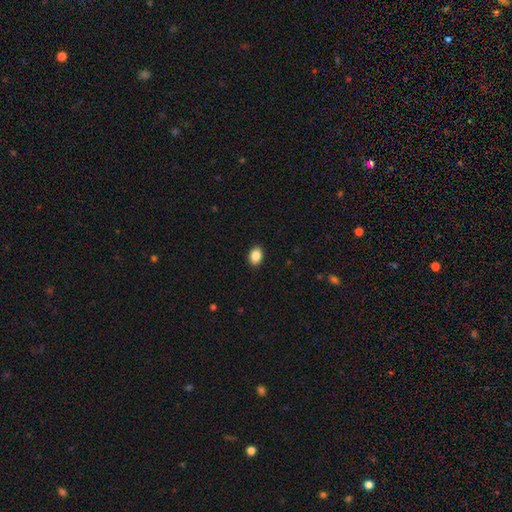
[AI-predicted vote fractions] This appears to be a smooth galaxy with no disk features (88%) that is in between round and cigar-shaped (76%). Merging: none (91%).